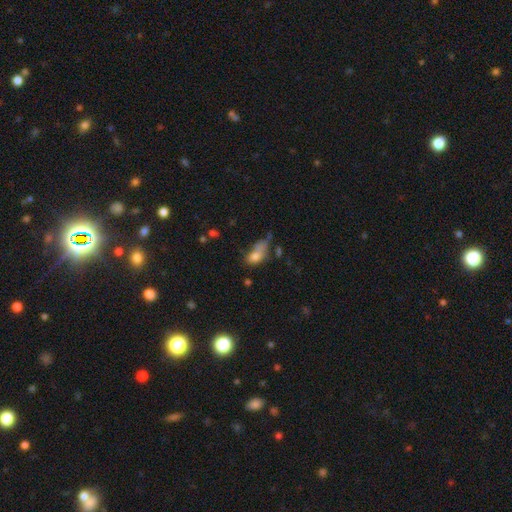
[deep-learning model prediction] Morphology: type=smooth (72%); roundness=in between (83%); merging=major disturbance (28%).